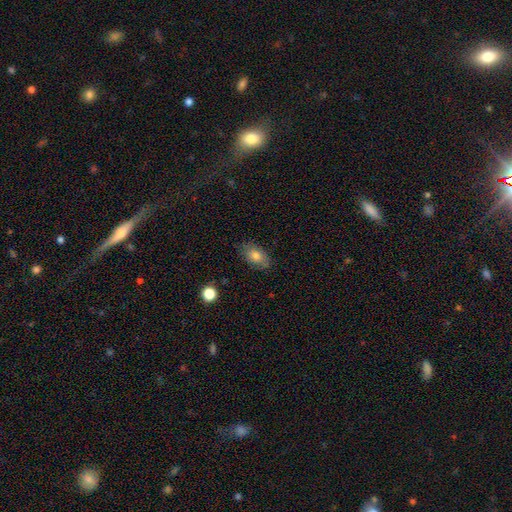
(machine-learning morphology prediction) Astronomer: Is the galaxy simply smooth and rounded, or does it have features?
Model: smooth — 75%.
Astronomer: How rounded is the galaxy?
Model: in between — 86%.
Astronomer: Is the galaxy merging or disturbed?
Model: none — 79%.